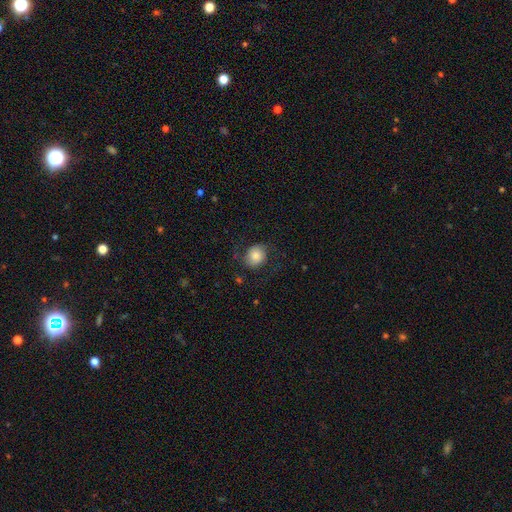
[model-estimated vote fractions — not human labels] This is likely a smooth galaxy (65%). How rounded: likely round (64%). Merging: likely none (70%).